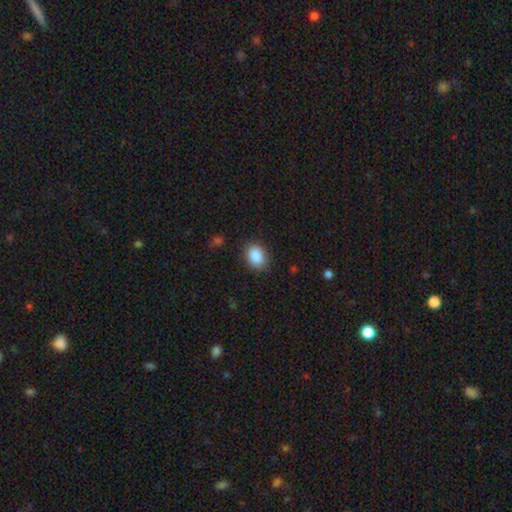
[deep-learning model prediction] smooth 89%, star or artifact 8%, featured or disk 4%. Down the decision tree: how rounded — in between (71%); merging — none (85%).